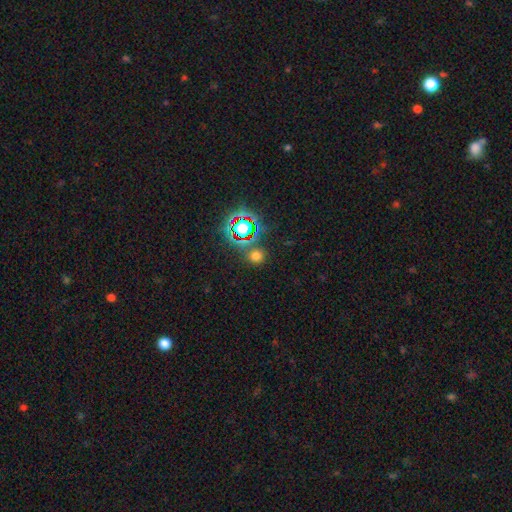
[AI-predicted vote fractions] Smooth or featured? smooth (58%)
How rounded? round (86%)
Merging? none (79%)